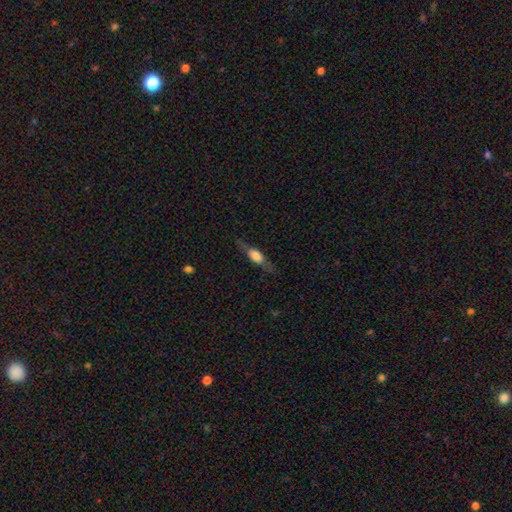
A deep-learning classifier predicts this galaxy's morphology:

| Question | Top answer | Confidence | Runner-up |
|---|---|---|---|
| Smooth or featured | smooth | 49% | featured or disk (44%) |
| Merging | none | 73% | minor disturbance (18%) |